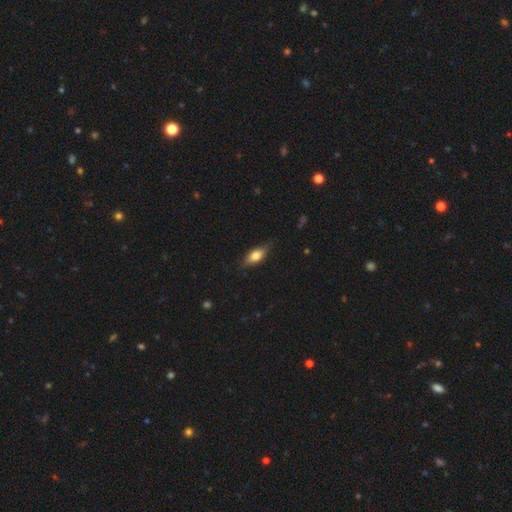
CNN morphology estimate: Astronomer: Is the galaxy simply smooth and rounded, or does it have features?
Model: smooth — 64%.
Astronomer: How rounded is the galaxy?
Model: in between — 77%.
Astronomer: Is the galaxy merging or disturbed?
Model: none — 77%.